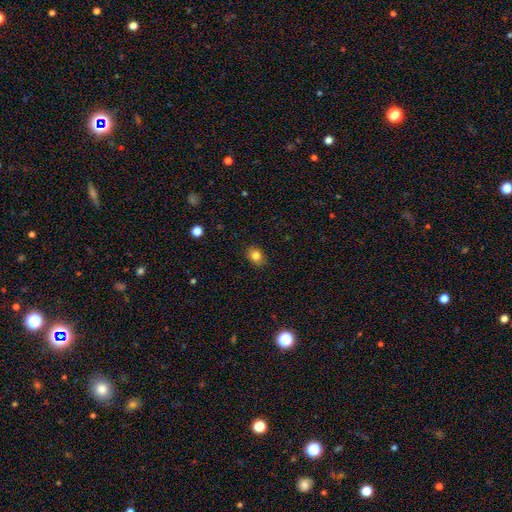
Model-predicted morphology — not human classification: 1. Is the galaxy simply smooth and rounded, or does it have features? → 82% smooth, 11% star or artifact, 8% featured or disk.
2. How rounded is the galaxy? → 53% in between, 46% round, 1% cigar-shaped.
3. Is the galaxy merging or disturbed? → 87% none, 10% minor disturbance, 2% major disturbance, 1% merger.